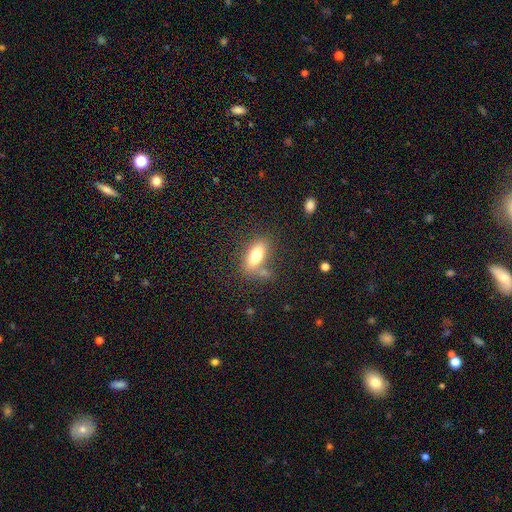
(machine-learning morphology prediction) The model was most divided on "merging": none: 65%, minor disturbance: 16%, merger: 13%, major disturbance: 6%. More confident: how rounded — in between (79%); smooth or featured — smooth (74%).